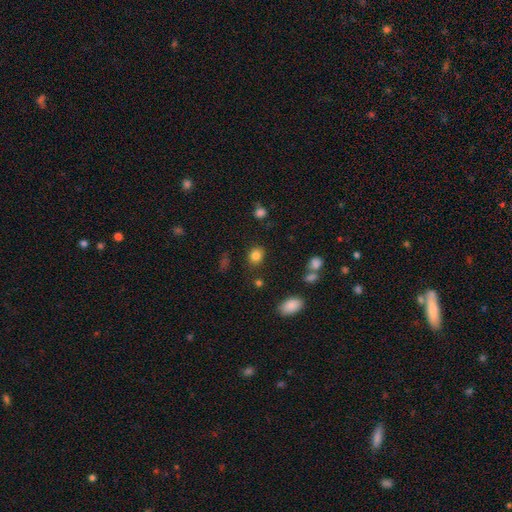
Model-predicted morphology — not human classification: This is clearly a smooth galaxy (83%). How rounded: likely round (63%). Merging: clearly none (84%).